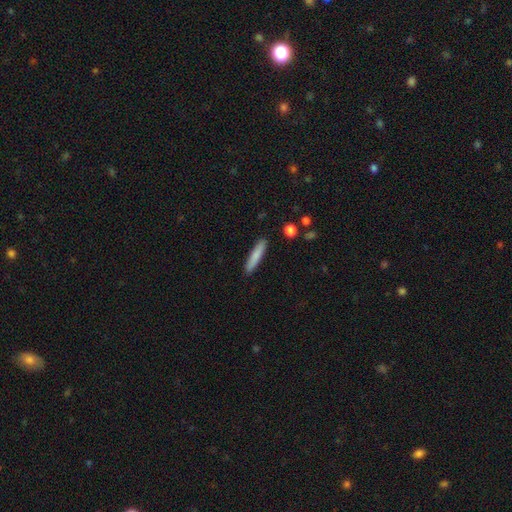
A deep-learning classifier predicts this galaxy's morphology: This appears to be a smooth galaxy with no disk features (79%) that is cigar-shaped (90%). Merging: none (90%).